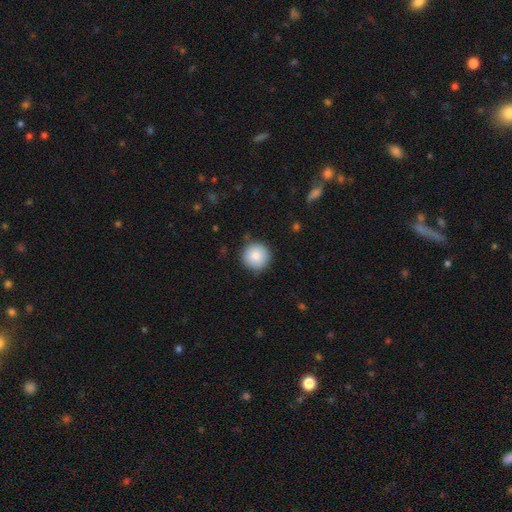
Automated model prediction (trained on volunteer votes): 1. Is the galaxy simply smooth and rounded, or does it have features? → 87% smooth, 8% star or artifact, 6% featured or disk.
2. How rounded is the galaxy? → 95% round, 4% in between, 1% cigar-shaped.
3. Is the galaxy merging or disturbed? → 85% none, 11% minor disturbance, 2% major disturbance, 1% merger.